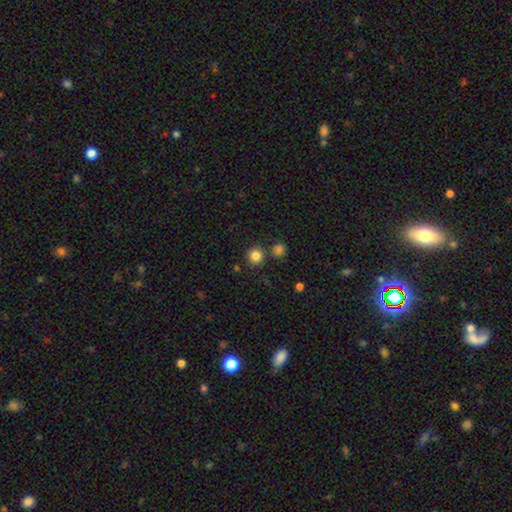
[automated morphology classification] smooth_or_featured: smooth (p=0.84) [alt: star or artifact p=0.12]
how_rounded: round (p=0.93) [alt: in between p=0.06]
merging: none (p=0.83) [alt: merger p=0.08]